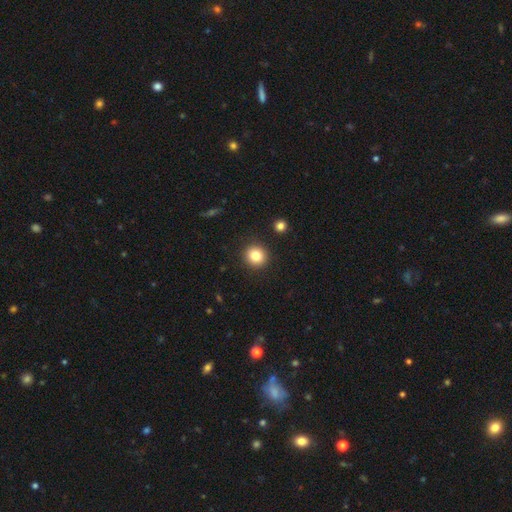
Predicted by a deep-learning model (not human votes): Morphology: type=smooth (83%); roundness=round (90%); merging=none (91%).